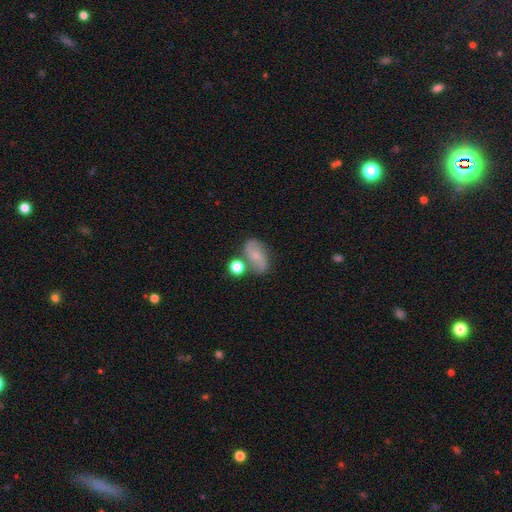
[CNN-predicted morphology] This appears to be a featured or disk galaxy (57%) with no bar (58%), spiral arms (87%) and a small central bulge (60%). Merging: none (64%).